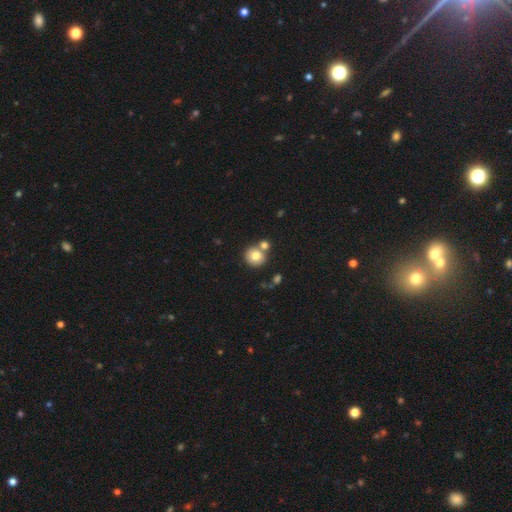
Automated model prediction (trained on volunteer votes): Q: Smooth or featured?
A: smooth (77%); runner-up: featured or disk (12%)
Q: How rounded?
A: round (89%); runner-up: in between (10%)
Q: Merging?
A: none (62%); runner-up: merger (27%)